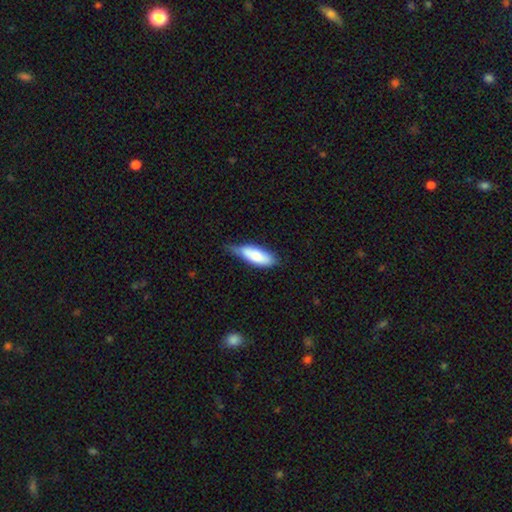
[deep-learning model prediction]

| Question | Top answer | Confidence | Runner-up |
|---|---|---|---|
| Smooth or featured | smooth | 79% | featured or disk (15%) |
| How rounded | in between | 68% | cigar-shaped (30%) |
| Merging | none | 45% | minor disturbance (44%) |